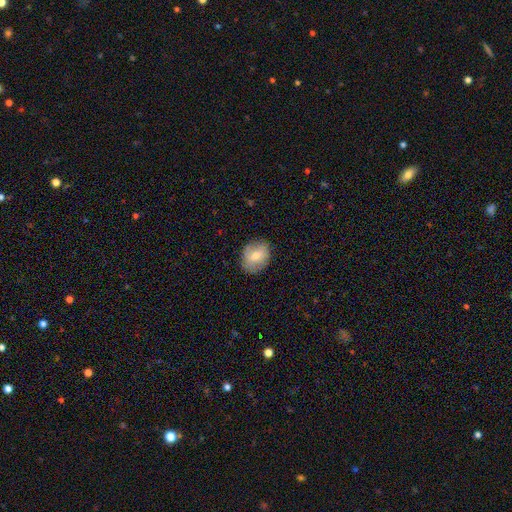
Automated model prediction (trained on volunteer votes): Morphology: type=smooth (65%); roundness=in between (50%); merging=none (82%).